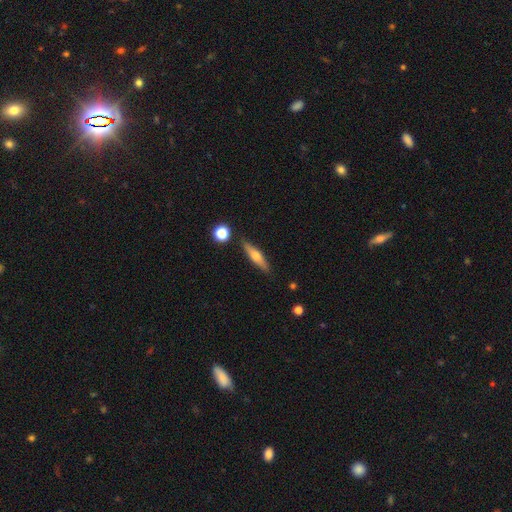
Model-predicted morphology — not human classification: Smooth or featured? Predicted: featured or disk (p=0.51). Edge-on disk? Predicted: yes (p=0.94). Merging? Predicted: none (p=0.85).